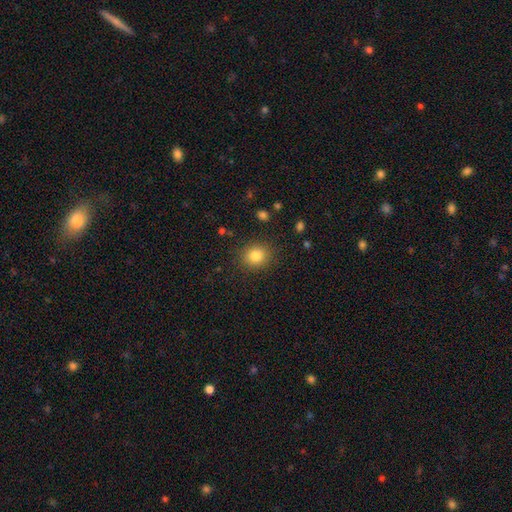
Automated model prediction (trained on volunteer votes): Smooth or featured: smooth — 83% (star or artifact — 11%)
How rounded: round — 80% (in between — 19%)
Merging: none — 88% (minor disturbance — 8%)